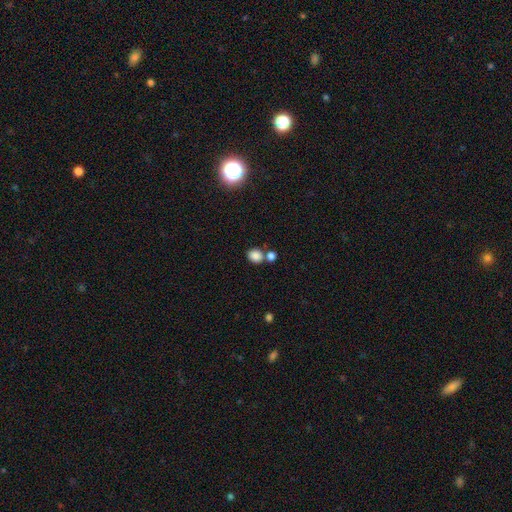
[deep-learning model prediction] smooth_or_featured: smooth (p=0.85) [alt: star or artifact p=0.10]
how_rounded: round (p=0.64) [alt: in between p=0.35]
merging: none (p=0.58) [alt: merger p=0.29]